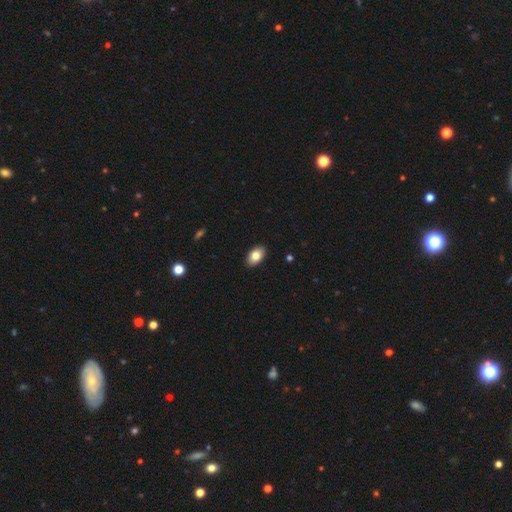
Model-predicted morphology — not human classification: smooth-or-featured: smooth: 83% | featured or disk: 10% | star or artifact: 8%
  how-rounded: in between: 91% | round: 8% | cigar-shaped: 1%
  merging: none: 90% | minor disturbance: 7% | major disturbance: 2% | merger: 1%